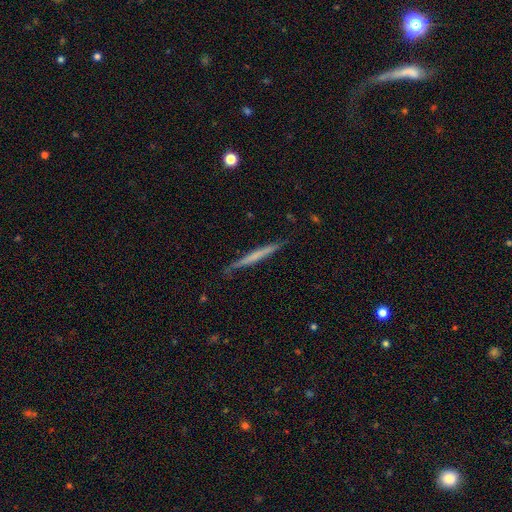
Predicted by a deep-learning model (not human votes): Overall: featured or disk (48%; smooth 46%). Merging: none (84%).